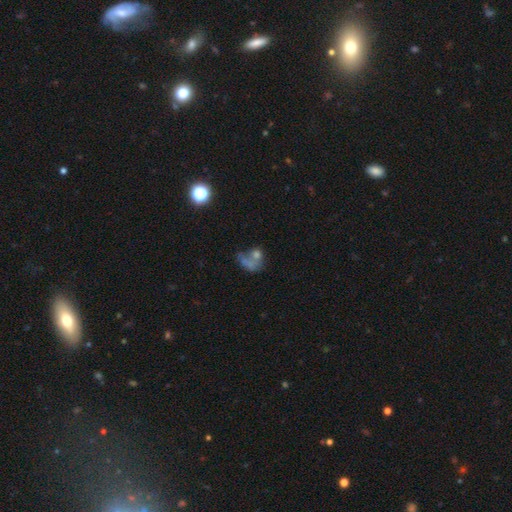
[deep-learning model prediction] A smooth galaxy with no disk features (48%).

Vote fractions:
- Smooth or featured? smooth: 48% / featured or disk: 29% / star or artifact: 22%
- Merging? merger: 44% / none: 26% / major disturbance: 20% / minor disturbance: 11%